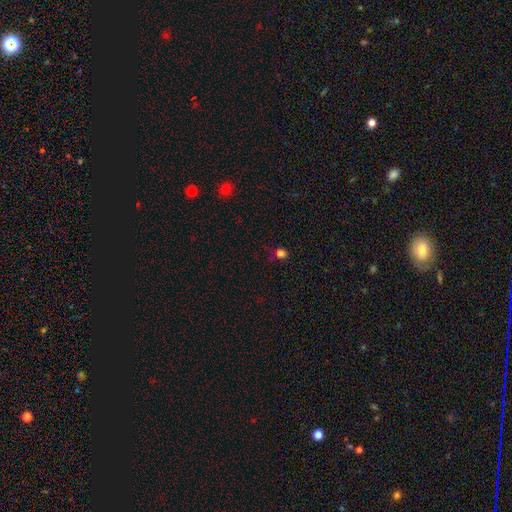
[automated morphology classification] Smooth or featured?
  - smooth: 54% *
  - star or artifact: 41%
  - featured or disk: 6%
How rounded?
  - round: 77% *
  - in between: 21%
  - cigar-shaped: 2%
Merging?
  - none: 70% *
  - minor disturbance: 16%
  - major disturbance: 8%
  - merger: 7%